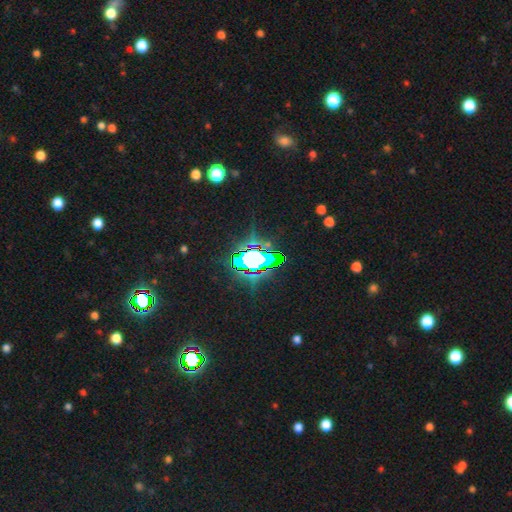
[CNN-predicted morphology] smooth-or-featured: star or artifact: 78% | smooth: 12% | featured or disk: 10%